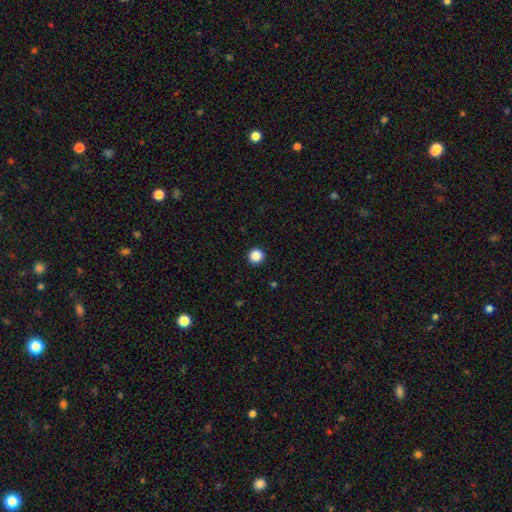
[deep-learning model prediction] Smooth or featured? smooth (88%)
How rounded? round (95%)
Merging? none (94%)